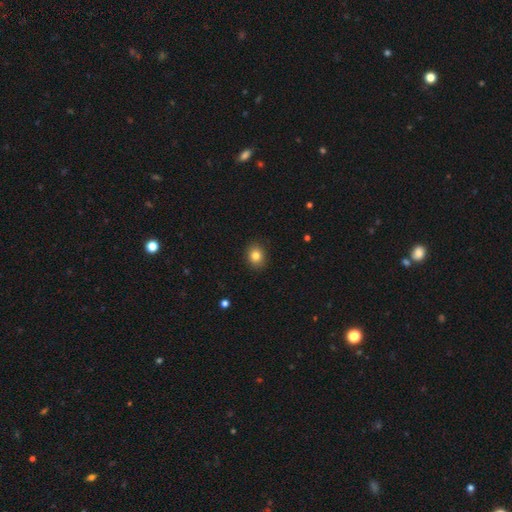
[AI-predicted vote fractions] Smooth or featured?
  - smooth: 83% *
  - star or artifact: 10%
  - featured or disk: 7%
How rounded?
  - round: 61% *
  - in between: 39%
  - cigar-shaped: 1%
Merging?
  - none: 90% *
  - minor disturbance: 7%
  - major disturbance: 2%
  - merger: 1%